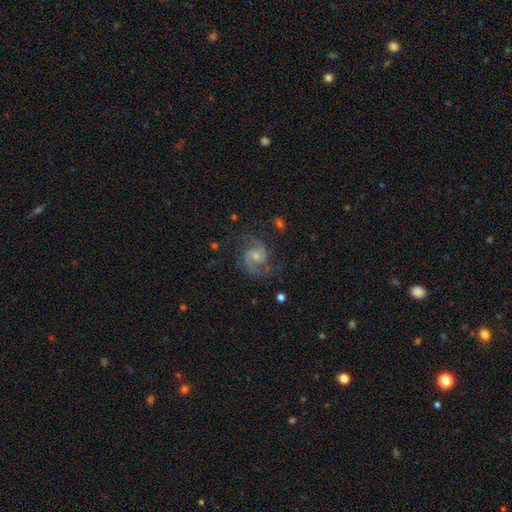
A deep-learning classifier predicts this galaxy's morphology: smooth_or_featured: featured or disk (p=0.85) [alt: smooth p=0.08]
disk_edge_on: no (p=0.98) [alt: yes p=0.02]
bar: no (p=0.60) [alt: weak p=0.34]
has_spiral_arms: yes (p=0.97) [alt: no p=0.03]
spiral_winding: medium (p=0.57) [alt: tight p=0.25]
spiral_arm_count: 2 (p=0.89) [alt: can't tell p=0.04]
bulge_size: small (p=0.54) [alt: moderate p=0.39]
merging: none (p=0.71) [alt: minor disturbance p=0.18]